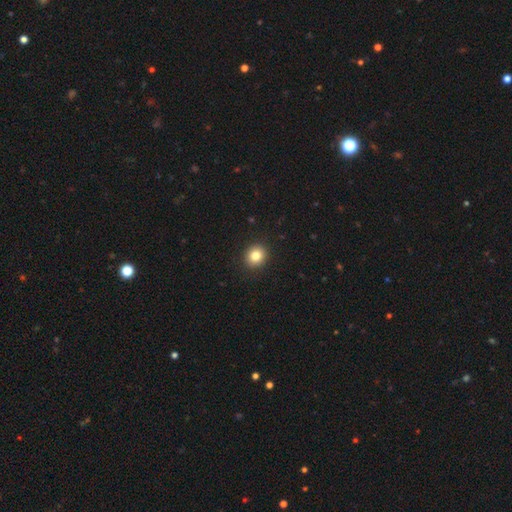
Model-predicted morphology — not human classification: Smooth or featured? Predicted: smooth (p=0.82). How rounded? Predicted: round (p=0.82). Merging? Predicted: none (p=0.92).